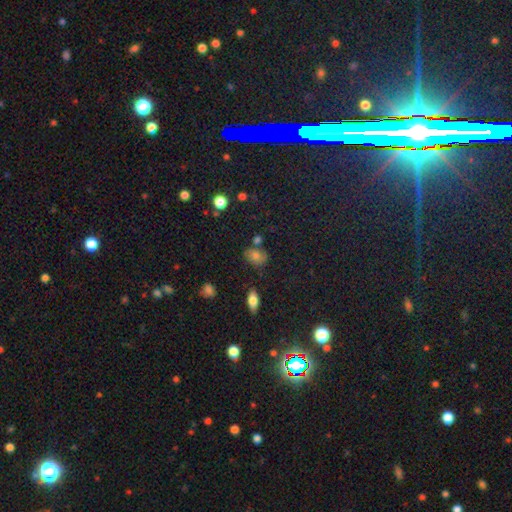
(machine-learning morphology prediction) type=smooth (71%); roundness=in between (64%); merging=none (67%).